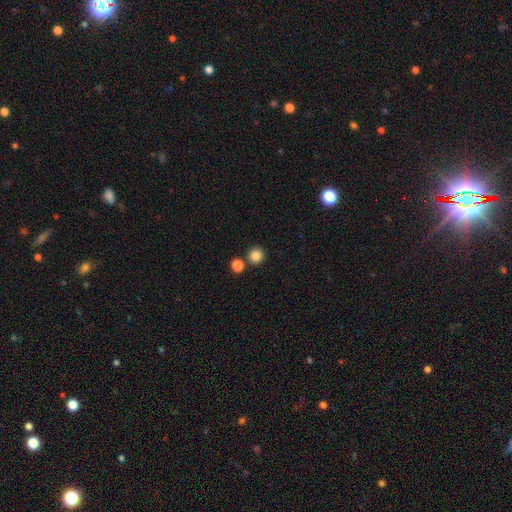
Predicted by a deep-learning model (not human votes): This appears to be a smooth galaxy with no disk features (85%) that is round (94%). Merging: none (82%).